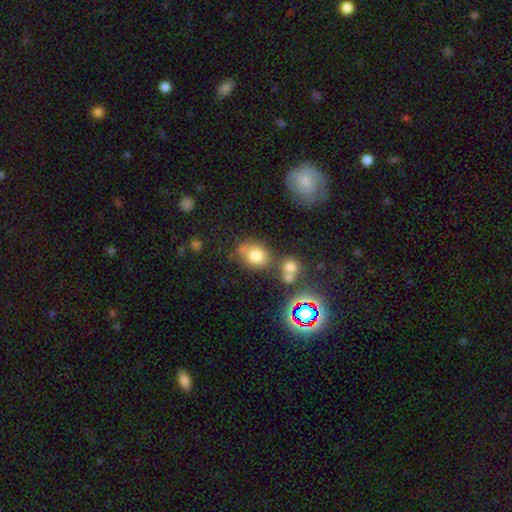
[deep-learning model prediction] Smooth or featured: smooth — 75% (star or artifact — 14%)
How rounded: in between — 57% (round — 42%)
Merging: none — 54% (merger — 20%)